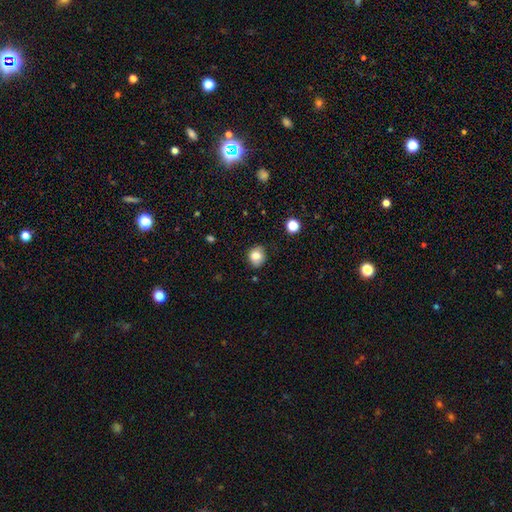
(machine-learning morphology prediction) smooth-or-featured: smooth: 80% | star or artifact: 11% | featured or disk: 9%
  how-rounded: round: 73% | in between: 26% | cigar-shaped: 1%
  merging: none: 77% | minor disturbance: 17% | major disturbance: 3% | merger: 2%